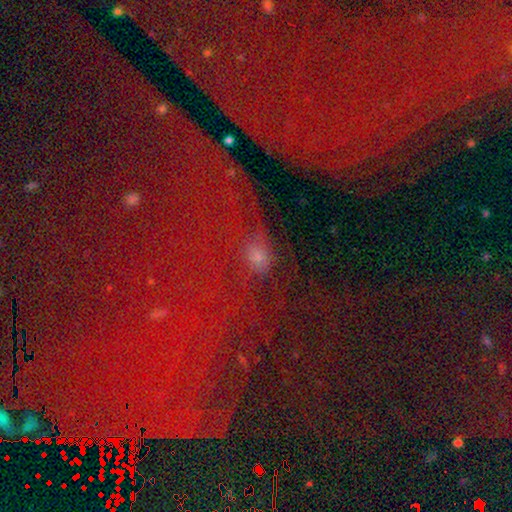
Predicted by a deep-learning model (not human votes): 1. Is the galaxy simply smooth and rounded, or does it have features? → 47% star or artifact, 39% smooth, 14% featured or disk.